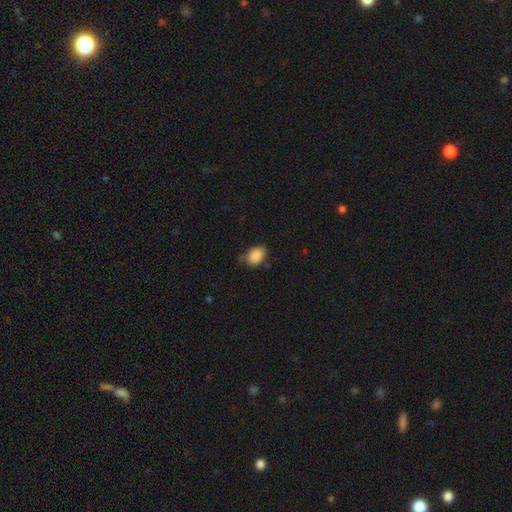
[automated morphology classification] smooth-or-featured: smooth: 88% | star or artifact: 8% | featured or disk: 5%
  how-rounded: in between: 75% | round: 24% | cigar-shaped: 1%
  merging: none: 65% | minor disturbance: 27% | major disturbance: 5% | merger: 3%